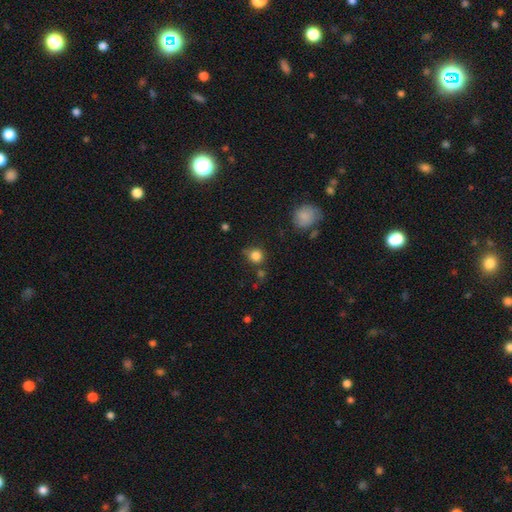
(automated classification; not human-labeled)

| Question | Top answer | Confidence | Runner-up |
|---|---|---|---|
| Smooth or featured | smooth | 83% | star or artifact (12%) |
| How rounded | round | 83% | in between (16%) |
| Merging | none | 66% | minor disturbance (21%) |